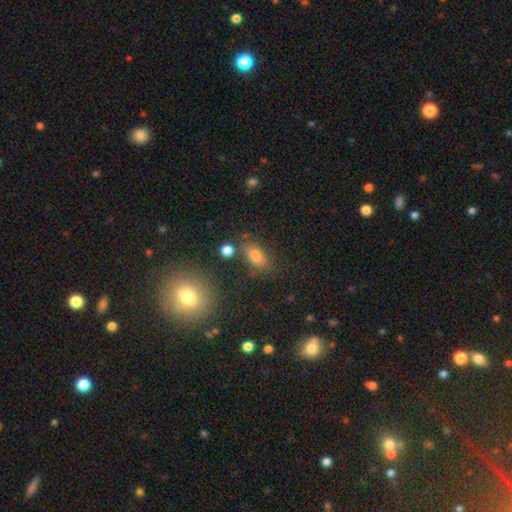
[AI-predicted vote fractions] Morphology: type=smooth (78%); roundness=in between (84%); merging=none (75%).